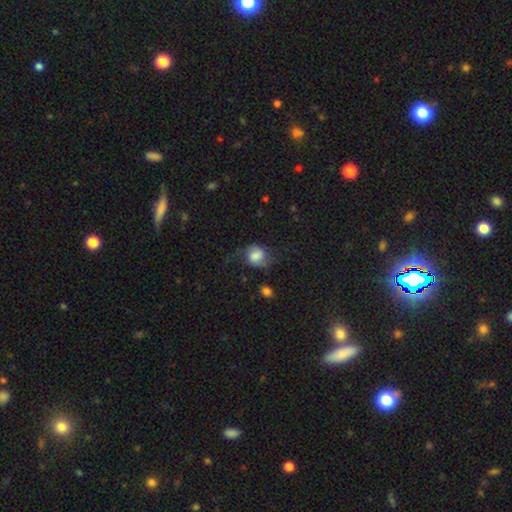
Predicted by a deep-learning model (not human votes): Smooth or featured?
  - smooth: 57% *
  - featured or disk: 34%
  - star or artifact: 9%
How rounded?
  - round: 61% *
  - in between: 38%
  - cigar-shaped: 1%
Merging?
  - none: 51% *
  - minor disturbance: 25%
  - major disturbance: 22%
  - merger: 2%